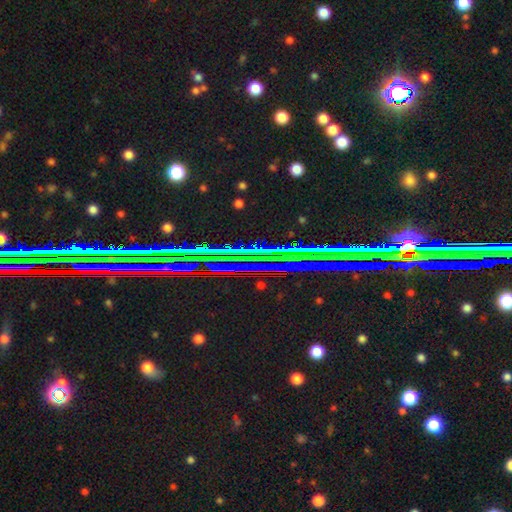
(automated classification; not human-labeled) Smooth or featured? star or artifact (76%)